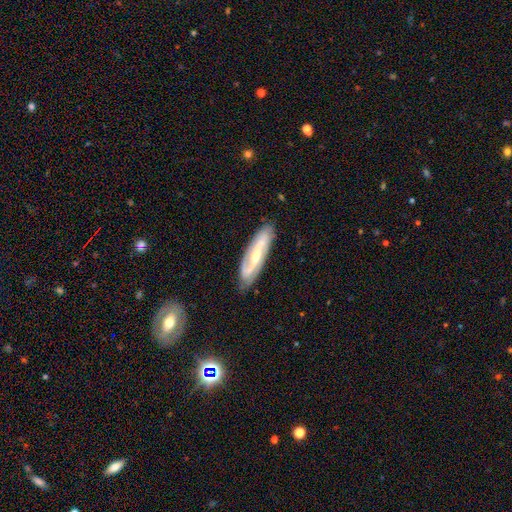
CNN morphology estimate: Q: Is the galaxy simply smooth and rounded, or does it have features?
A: featured or disk — 81%.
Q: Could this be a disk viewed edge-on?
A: no — 85%.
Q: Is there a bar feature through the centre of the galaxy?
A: weak — 39%.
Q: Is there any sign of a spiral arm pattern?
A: yes — 94%.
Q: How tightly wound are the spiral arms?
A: medium — 43%.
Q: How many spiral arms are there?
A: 2 — 88%.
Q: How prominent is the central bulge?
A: moderate — 46%, tied with small.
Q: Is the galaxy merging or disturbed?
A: none — 83%.